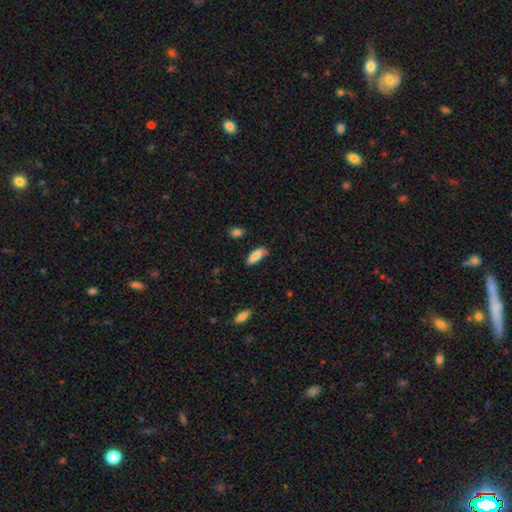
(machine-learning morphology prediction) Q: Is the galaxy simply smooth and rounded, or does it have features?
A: smooth — 86%.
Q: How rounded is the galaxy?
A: in between — 69%.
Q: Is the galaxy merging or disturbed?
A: none — 72%.